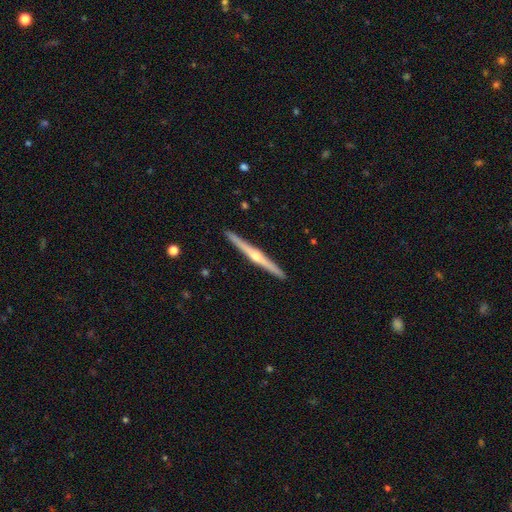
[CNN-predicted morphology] This is likely a featured or disk galaxy (77%). It is clearly viewed edge-on (98%). Edge-on bulge: clearly rounded (87%). Merging: clearly none (93%).